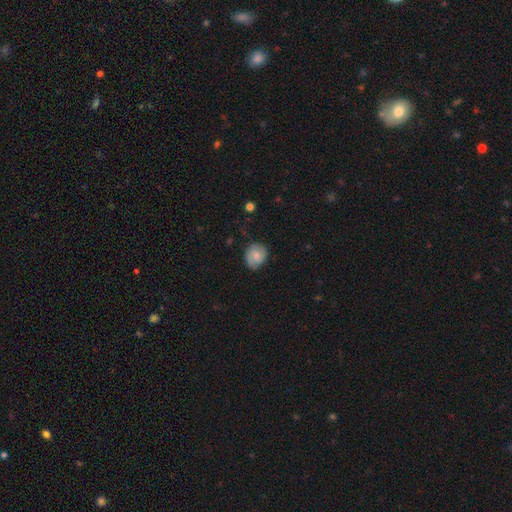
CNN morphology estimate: Smooth or featured: smooth — 67% (featured or disk — 26%)
How rounded: round — 66% (in between — 33%)
Merging: none — 68% (minor disturbance — 25%)